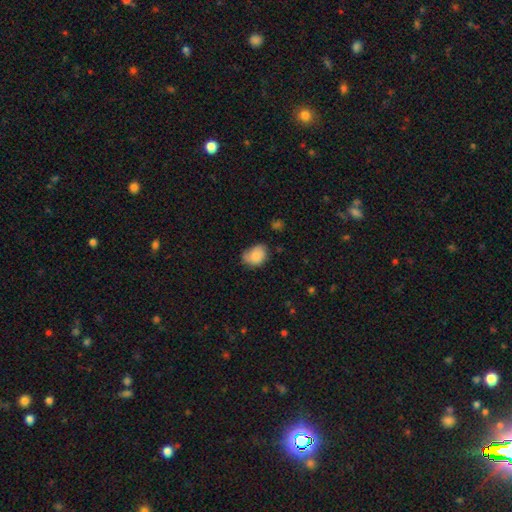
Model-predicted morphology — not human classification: smooth 82%, featured or disk 10%, star or artifact 8%. Down the decision tree: how rounded — in between (64%); merging — none (52%).